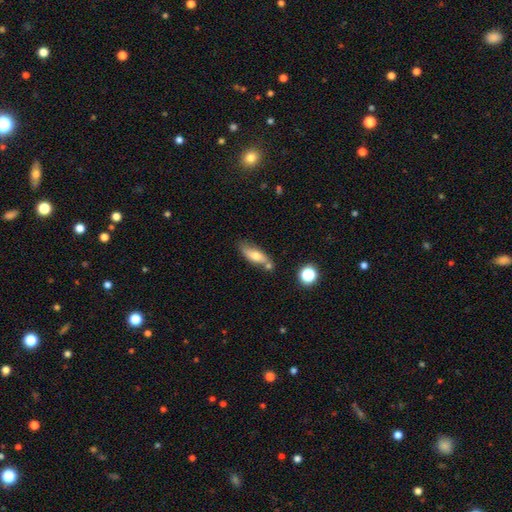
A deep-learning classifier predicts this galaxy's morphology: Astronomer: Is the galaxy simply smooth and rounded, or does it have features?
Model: smooth — 62%.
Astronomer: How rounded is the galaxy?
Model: in between — 62%.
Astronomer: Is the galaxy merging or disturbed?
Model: none — 61%.